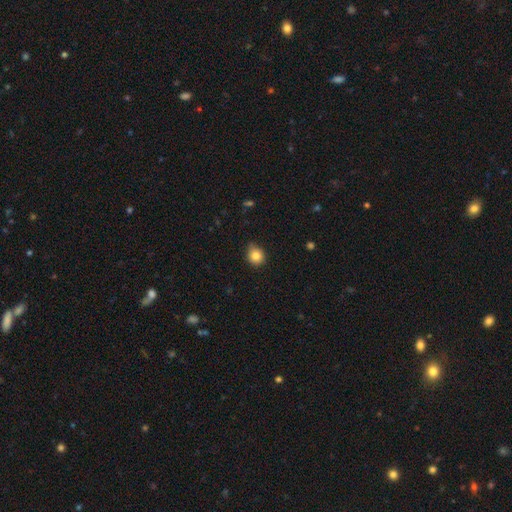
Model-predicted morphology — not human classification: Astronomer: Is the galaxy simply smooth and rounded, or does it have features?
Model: smooth — 84%.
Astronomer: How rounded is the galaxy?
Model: round — 80%.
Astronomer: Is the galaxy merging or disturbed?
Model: none — 78%.